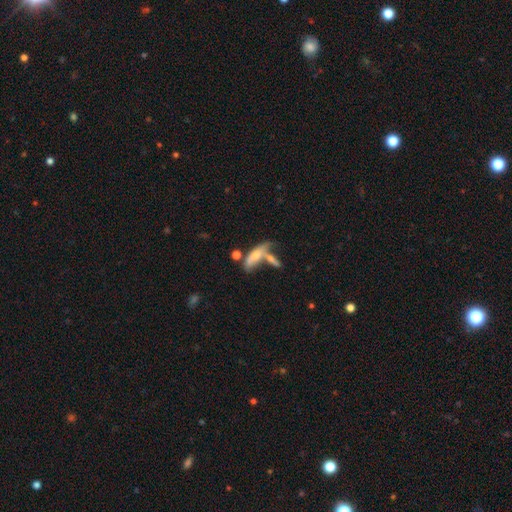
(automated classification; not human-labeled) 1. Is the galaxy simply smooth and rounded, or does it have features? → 60% smooth, 31% featured or disk, 9% star or artifact.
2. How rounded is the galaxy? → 50% in between, 47% cigar-shaped, 3% round.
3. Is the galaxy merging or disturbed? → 45% merger, 29% none, 15% minor disturbance, 12% major disturbance.